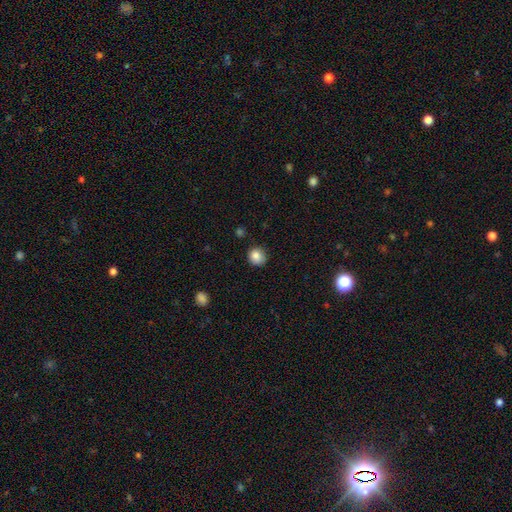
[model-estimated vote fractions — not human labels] A smooth galaxy with no disk features (85%) that is round (88%). Merging: none (84%).